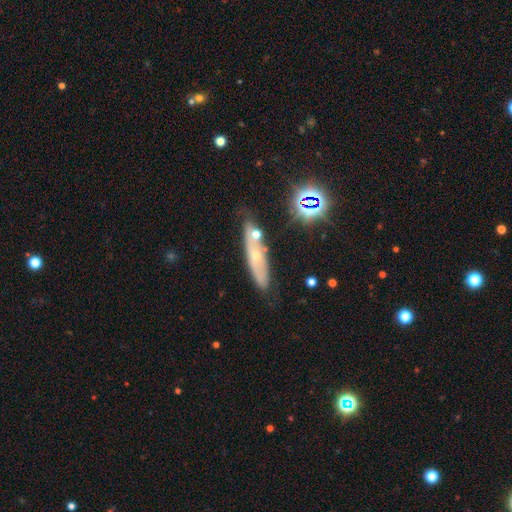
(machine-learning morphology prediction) smooth-or-featured: featured or disk: 52% | smooth: 34% | star or artifact: 14%
  disk-edge-on: no: 52% | yes: 48%
  merging: none: 66% | minor disturbance: 18% | merger: 11% | major disturbance: 5%